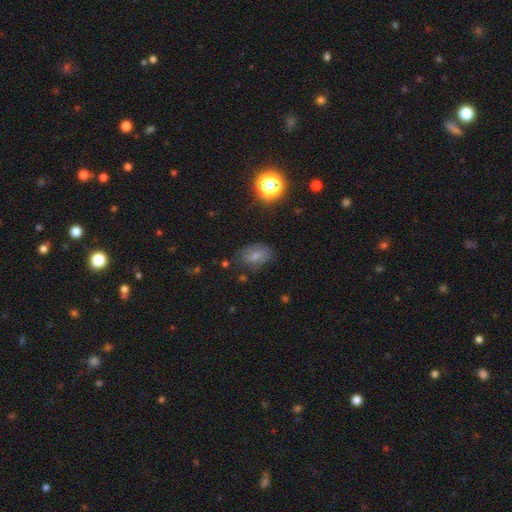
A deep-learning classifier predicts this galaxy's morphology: This is likely a smooth galaxy (60%). How rounded: clearly in between (80%). Merging: likely none (67%).